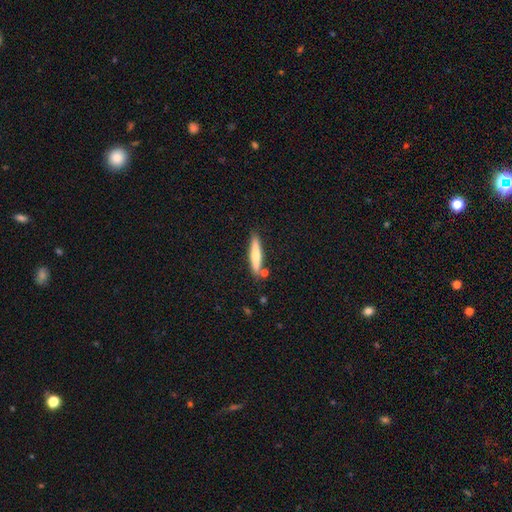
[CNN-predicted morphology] type=smooth (62%); roundness=cigar-shaped (89%); merging=none (81%).